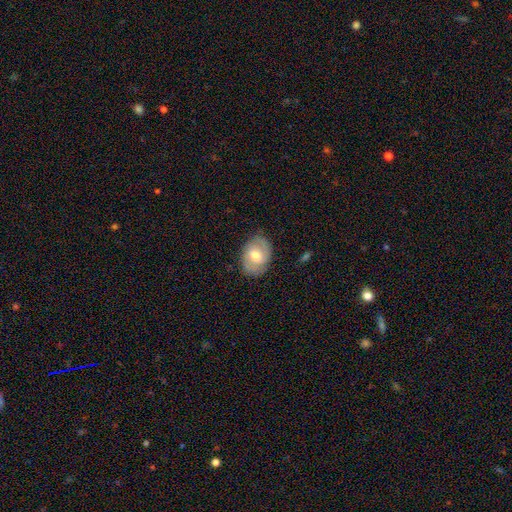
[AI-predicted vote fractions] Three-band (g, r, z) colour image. It shows a featured or disk galaxy (52%). Merging: none (79%).